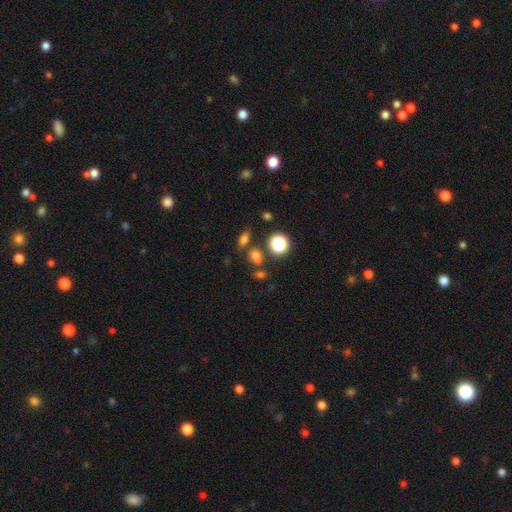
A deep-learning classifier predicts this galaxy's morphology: Q: Smooth or featured?
A: smooth (66%); runner-up: star or artifact (25%)
Q: How rounded?
A: in between (50%); runner-up: round (47%)
Q: Merging?
A: none (66%); runner-up: merger (16%)